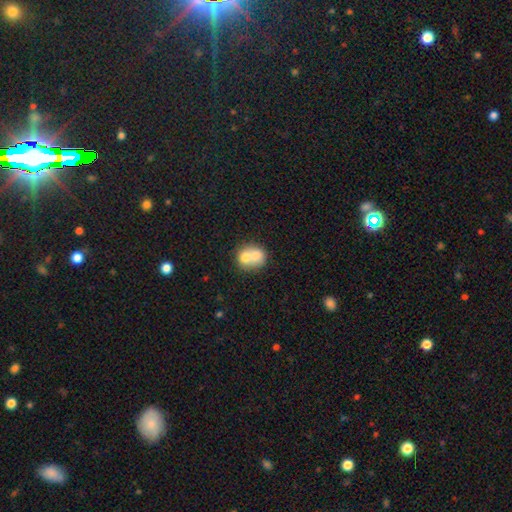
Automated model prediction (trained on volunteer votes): smooth 69%, featured or disk 22%, star or artifact 8%. Down the decision tree: how rounded — round (68%); merging — merger (66%).